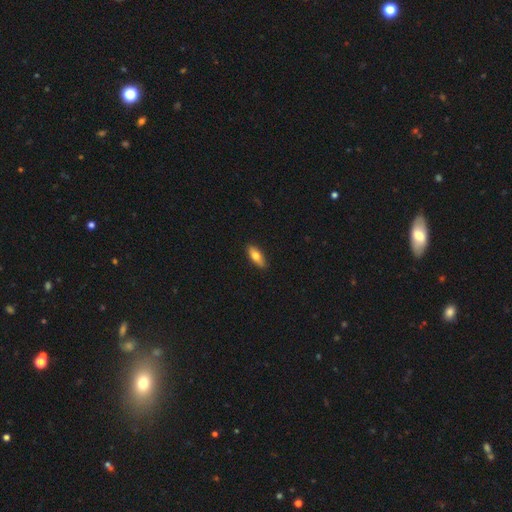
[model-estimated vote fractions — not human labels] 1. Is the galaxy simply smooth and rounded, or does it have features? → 71% smooth, 23% featured or disk, 6% star or artifact.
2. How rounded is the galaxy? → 67% in between, 31% cigar-shaped, 3% round.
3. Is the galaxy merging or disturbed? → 89% none, 8% minor disturbance, 2% major disturbance, 1% merger.